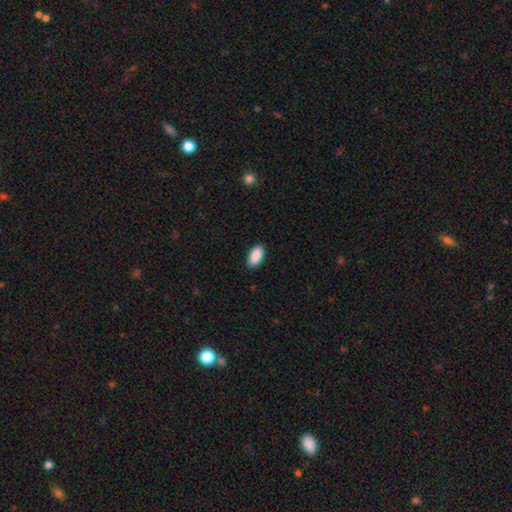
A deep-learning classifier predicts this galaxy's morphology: Smooth or featured: smooth — 91% (star or artifact — 6%)
How rounded: in between — 94% (cigar-shaped — 3%)
Merging: none — 89% (minor disturbance — 8%)